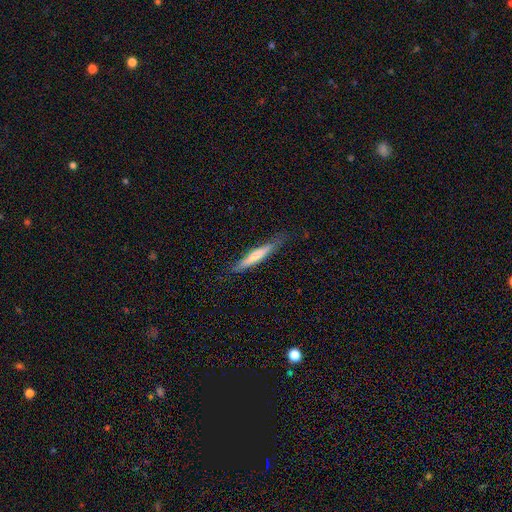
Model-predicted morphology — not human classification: smooth 60%, featured or disk 35%, star or artifact 6%. Down the decision tree: how rounded — cigar-shaped (93%); merging — none (80%).